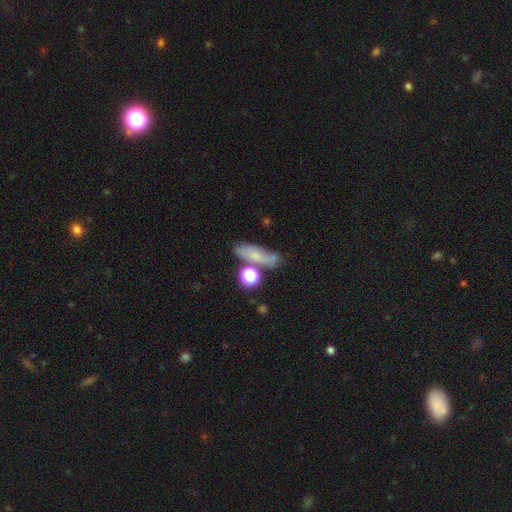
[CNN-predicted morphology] Smooth or featured?
  - smooth: 60% *
  - featured or disk: 26%
  - star or artifact: 13%
How rounded?
  - cigar-shaped: 42% *
  - in between: 41%
  - round: 18%
Merging?
  - none: 58% *
  - minor disturbance: 18%
  - merger: 16%
  - major disturbance: 8%